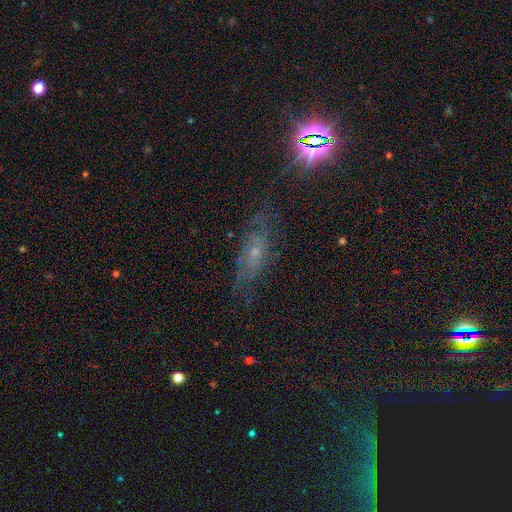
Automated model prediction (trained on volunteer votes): featured or disk 41%, star or artifact 37%, smooth 23%. Down the decision tree: merging — none (72%).